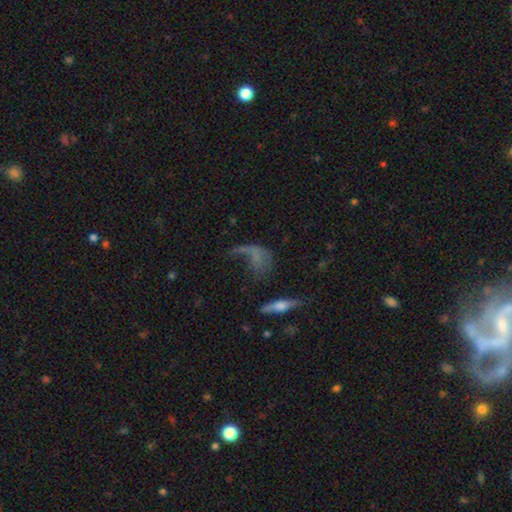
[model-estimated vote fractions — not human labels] This appears to be a featured or disk galaxy (47%). Merging: major disturbance (43%).